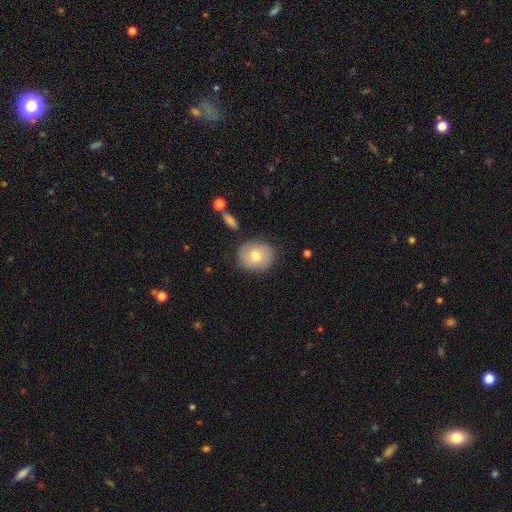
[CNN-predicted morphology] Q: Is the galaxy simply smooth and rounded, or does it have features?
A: smooth — 71%.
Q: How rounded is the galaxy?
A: round — 74%.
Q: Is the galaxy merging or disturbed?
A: none — 81%.